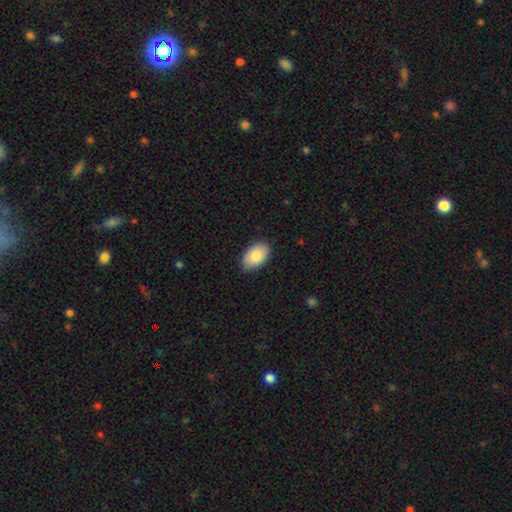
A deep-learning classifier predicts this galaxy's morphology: smooth_or_featured: smooth (p=0.85) [alt: featured or disk p=0.09]
how_rounded: in between (p=0.93) [alt: round p=0.06]
merging: none (p=0.87) [alt: minor disturbance p=0.10]